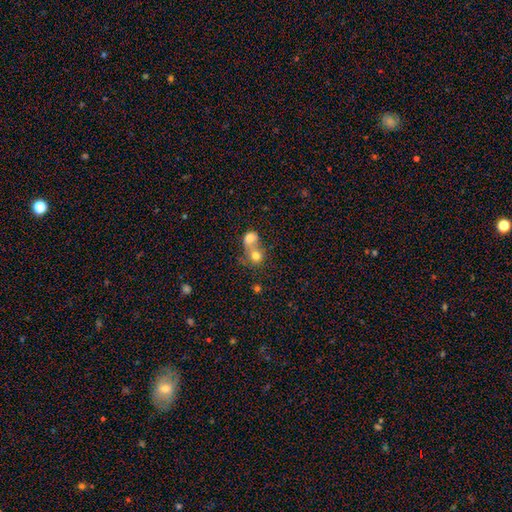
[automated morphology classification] Smooth or featured? Predicted: smooth (p=0.75). How rounded? Predicted: round (p=0.75). Merging? Predicted: merger (p=0.69).